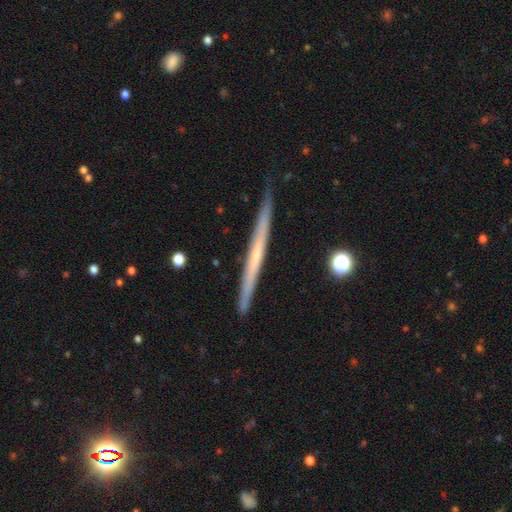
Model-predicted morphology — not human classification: Smooth or featured?
  - featured or disk: 64% *
  - smooth: 30%
  - star or artifact: 6%
Edge-on disk?
  - yes: 97% *
  - no: 3%
Edge-on bulge?
  - none: 75% *
  - rounded: 22%
  - boxy: 4%
Merging?
  - none: 88% *
  - minor disturbance: 10%
  - major disturbance: 1%
  - merger: 1%